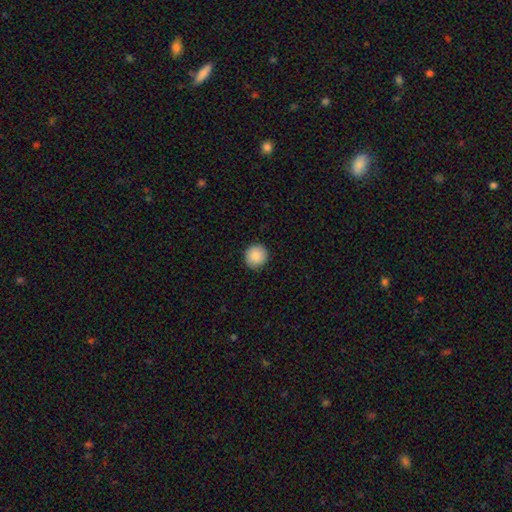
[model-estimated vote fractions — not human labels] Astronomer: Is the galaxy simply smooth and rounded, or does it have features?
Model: smooth — 88%.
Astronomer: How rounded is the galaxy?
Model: round — 94%.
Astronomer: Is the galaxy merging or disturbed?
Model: none — 91%.